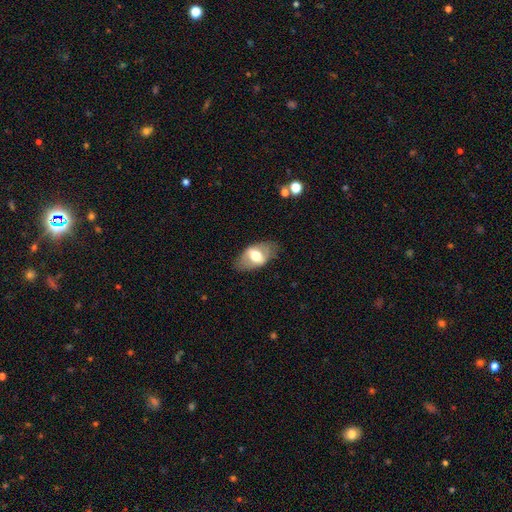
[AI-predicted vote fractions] Smooth or featured? smooth (48%)
Merging? none (77%)